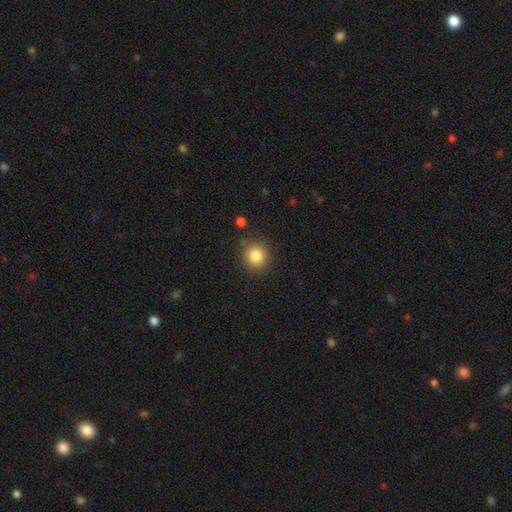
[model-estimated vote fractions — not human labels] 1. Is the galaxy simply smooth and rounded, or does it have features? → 83% smooth, 11% star or artifact, 6% featured or disk.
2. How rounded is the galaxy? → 88% round, 11% in between, 1% cigar-shaped.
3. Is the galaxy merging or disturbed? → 85% none, 10% minor disturbance, 3% major disturbance, 2% merger.